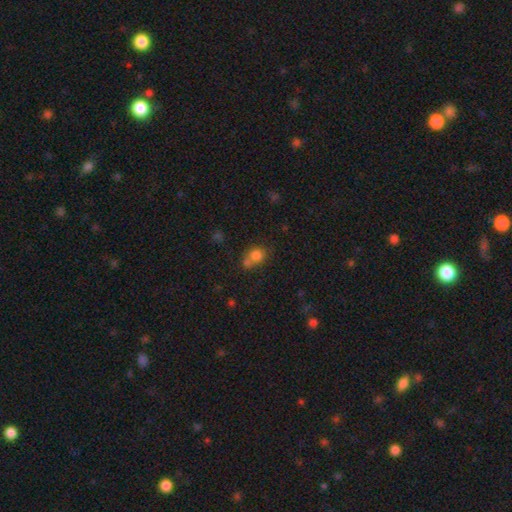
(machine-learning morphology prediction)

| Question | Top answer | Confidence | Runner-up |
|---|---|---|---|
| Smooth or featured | smooth | 77% | star or artifact (12%) |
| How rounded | round | 63% | in between (36%) |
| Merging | none | 41% | merger (37%) |